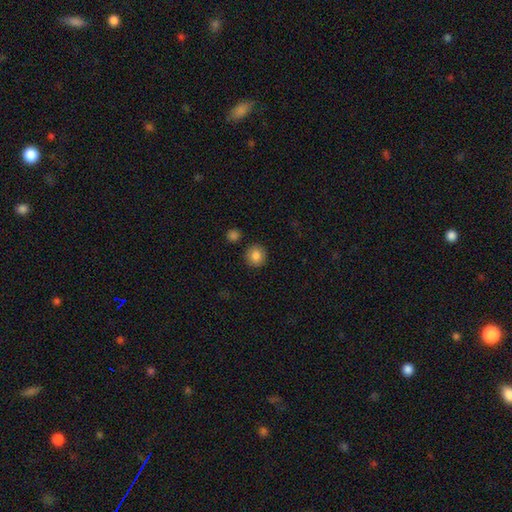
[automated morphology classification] Smooth or featured: smooth — 86% (star or artifact — 9%)
How rounded: round — 92% (in between — 7%)
Merging: none — 89% (minor disturbance — 6%)